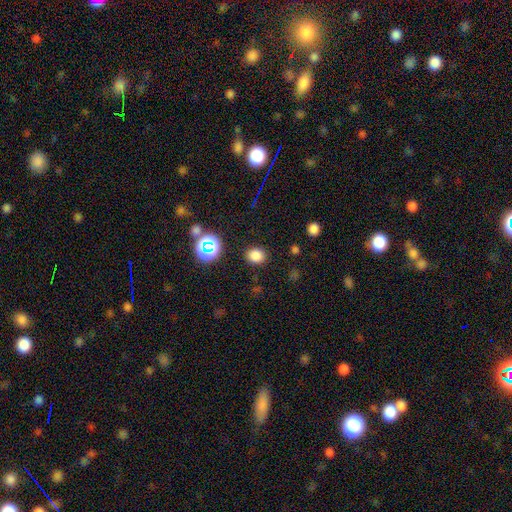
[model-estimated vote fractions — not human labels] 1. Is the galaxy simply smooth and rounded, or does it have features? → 79% smooth, 16% star or artifact, 5% featured or disk.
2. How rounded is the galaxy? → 69% round, 30% in between, 1% cigar-shaped.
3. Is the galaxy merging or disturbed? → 88% none, 8% minor disturbance, 3% major disturbance, 2% merger.